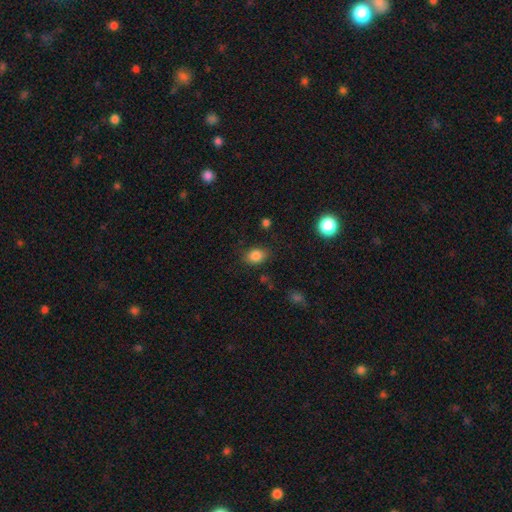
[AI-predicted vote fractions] Smooth or featured? smooth (84%)
How rounded? in between (67%)
Merging? none (79%)